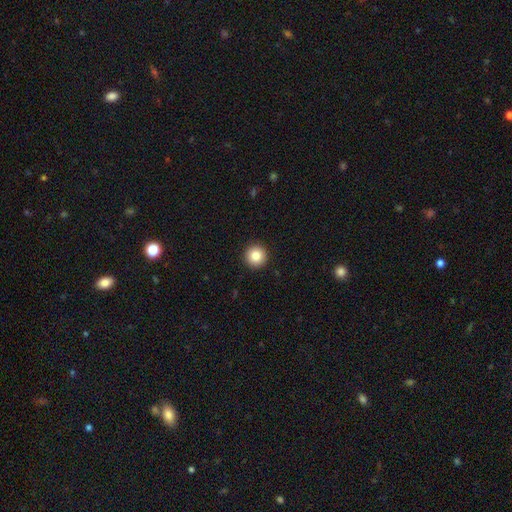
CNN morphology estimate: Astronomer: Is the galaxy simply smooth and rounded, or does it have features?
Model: smooth — 84%.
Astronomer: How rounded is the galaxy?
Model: round — 96%.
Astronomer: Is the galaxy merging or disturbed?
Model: none — 93%.